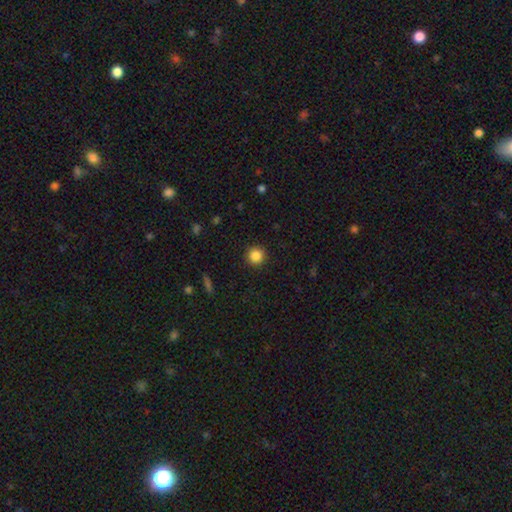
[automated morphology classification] type=smooth (85%); roundness=round (95%); merging=none (92%).